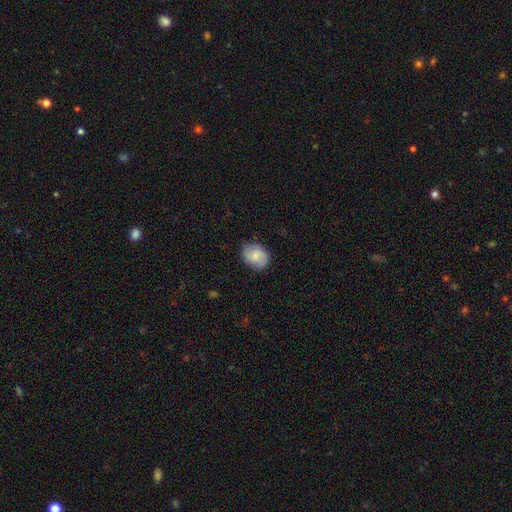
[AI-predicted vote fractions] Smooth or featured? smooth (75%)
How rounded? in between (57%)
Merging? none (82%)